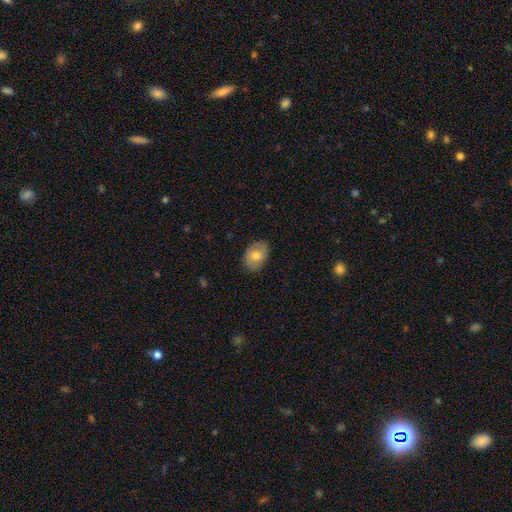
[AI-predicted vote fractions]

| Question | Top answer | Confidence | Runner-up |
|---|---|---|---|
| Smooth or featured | smooth | 70% | featured or disk (23%) |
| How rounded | in between | 79% | round (20%) |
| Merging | none | 81% | minor disturbance (15%) |